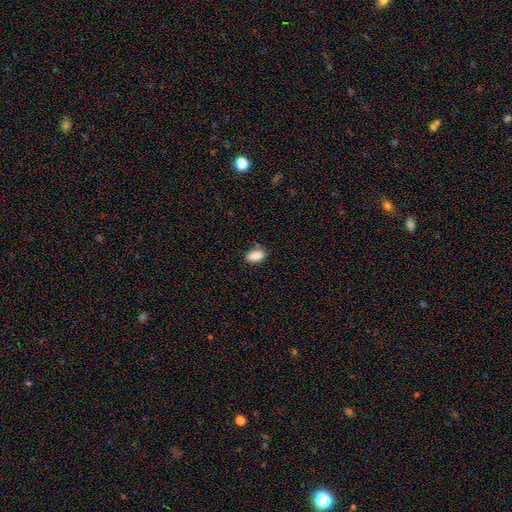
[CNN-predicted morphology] This is clearly a smooth galaxy (89%). How rounded: clearly in between (91%). Merging: clearly none (80%).